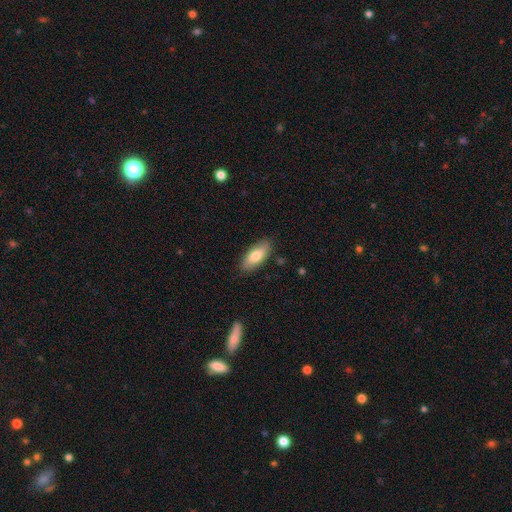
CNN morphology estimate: Smooth or featured?
  - smooth: 76% *
  - featured or disk: 19%
  - star or artifact: 6%
How rounded?
  - in between: 83% *
  - cigar-shaped: 15%
  - round: 2%
Merging?
  - none: 86% *
  - minor disturbance: 11%
  - major disturbance: 2%
  - merger: 1%